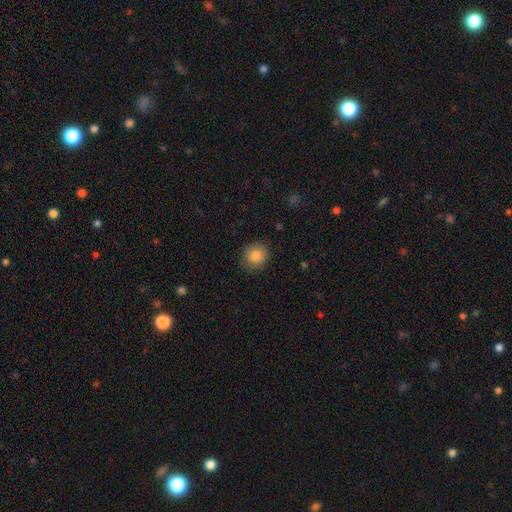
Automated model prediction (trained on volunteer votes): Q: Smooth or featured?
A: smooth (86%); runner-up: star or artifact (9%)
Q: How rounded?
A: round (80%); runner-up: in between (19%)
Q: Merging?
A: none (85%); runner-up: minor disturbance (11%)